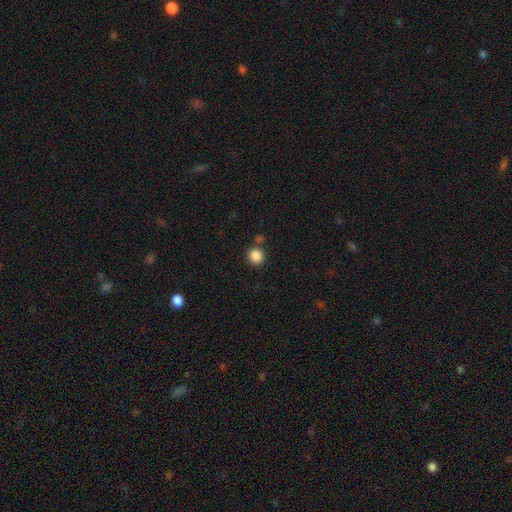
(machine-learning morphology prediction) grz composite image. It shows a smooth galaxy with no disk features (87%) that is round (86%). Merging: none (79%).